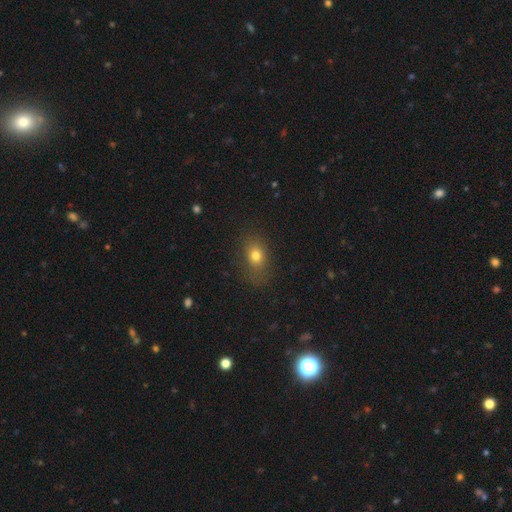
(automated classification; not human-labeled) smooth-or-featured: smooth: 75% | star or artifact: 13% | featured or disk: 12%
  how-rounded: in between: 68% | round: 30% | cigar-shaped: 2%
  merging: none: 74% | minor disturbance: 17% | major disturbance: 7% | merger: 1%